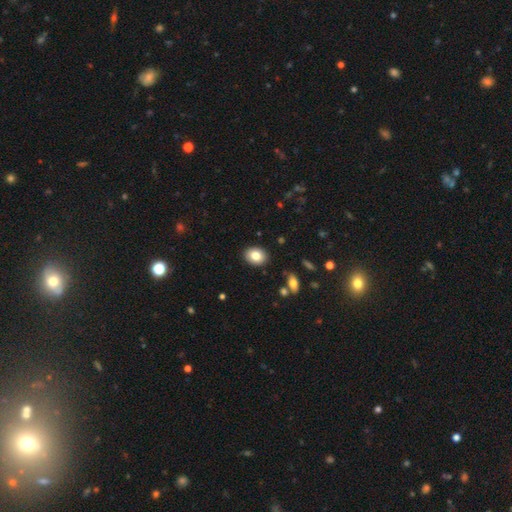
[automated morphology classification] Smooth or featured? Predicted: smooth (p=0.82). How rounded? Predicted: in between (p=0.66). Merging? Predicted: none (p=0.89).